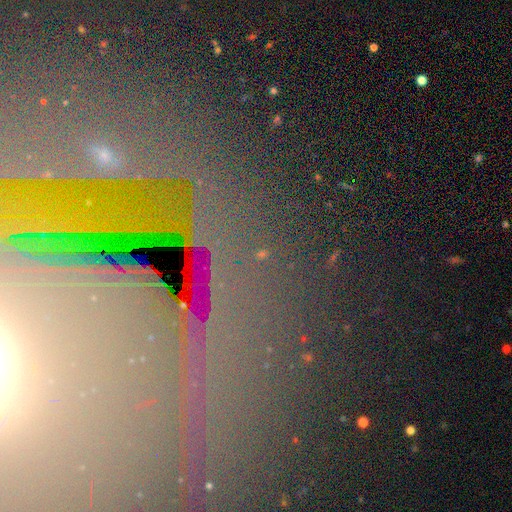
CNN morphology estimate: A star or artifact, not a galaxy (65%).

Vote fractions:
- Smooth or featured? star or artifact: 65% / featured or disk: 19% / smooth: 15%